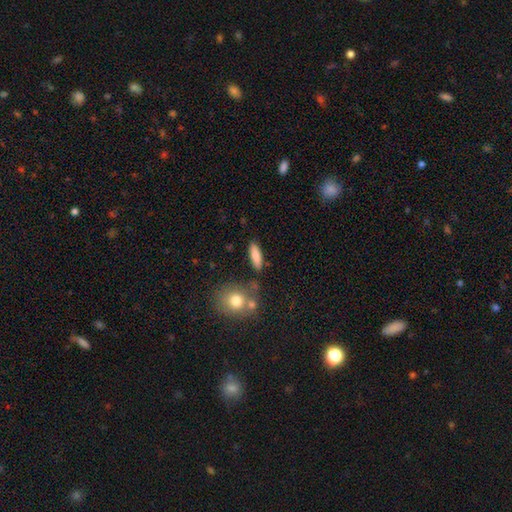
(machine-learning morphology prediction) Q: Smooth or featured?
A: smooth (83%); runner-up: featured or disk (10%)
Q: How rounded?
A: cigar-shaped (51%); runner-up: in between (46%)
Q: Merging?
A: none (82%); runner-up: minor disturbance (10%)